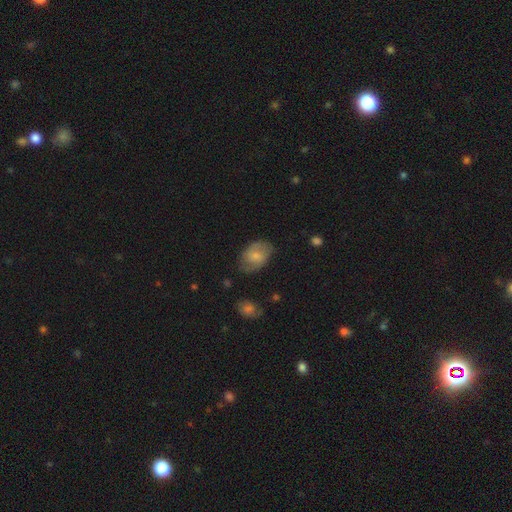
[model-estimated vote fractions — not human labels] This appears to be a smooth galaxy with no disk features (56%) that is in between round and cigar-shaped (83%). Merging: none (70%).